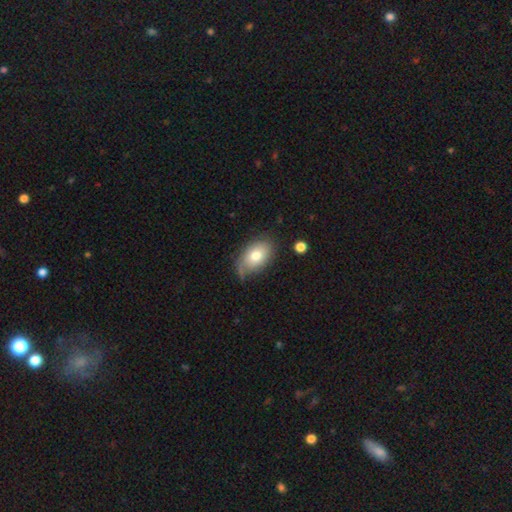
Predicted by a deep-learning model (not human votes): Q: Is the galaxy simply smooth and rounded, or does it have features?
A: smooth — 71%.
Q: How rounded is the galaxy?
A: in between — 88%.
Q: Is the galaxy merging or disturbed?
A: none — 62%.